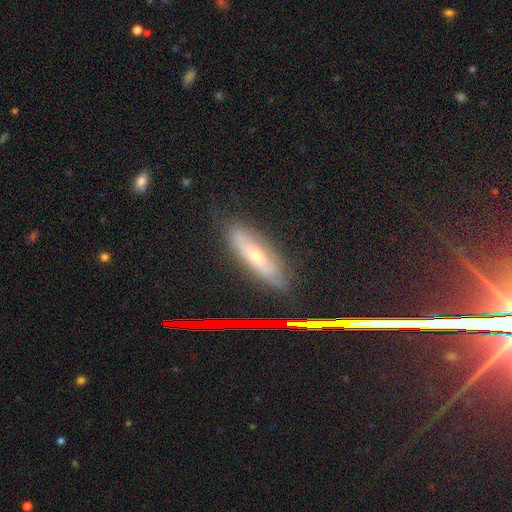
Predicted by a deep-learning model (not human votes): Smooth or featured: featured or disk — 46% (smooth — 36%)
Merging: none — 80% (minor disturbance — 15%)